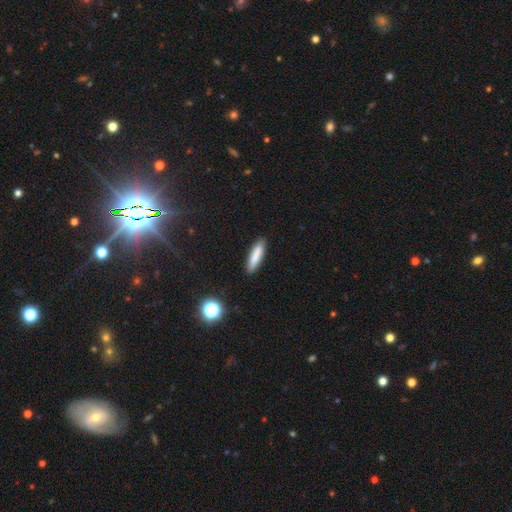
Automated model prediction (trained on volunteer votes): The model was most divided on "how rounded": cigar-shaped: 78%, in between: 21%, round: 2%. More confident: merging — none (88%); smooth or featured — smooth (82%).